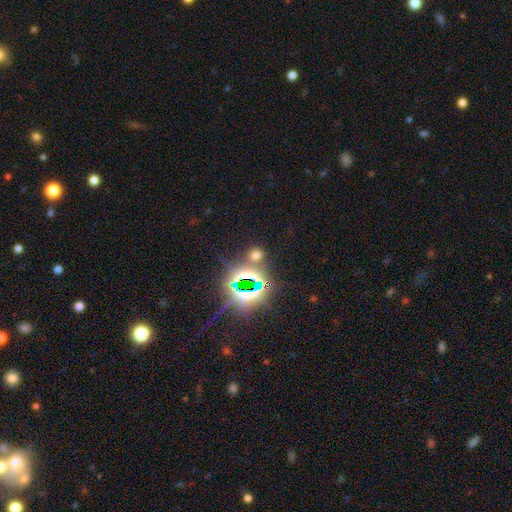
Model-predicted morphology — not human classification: This appears to be a star or artifact, not a galaxy (53%).